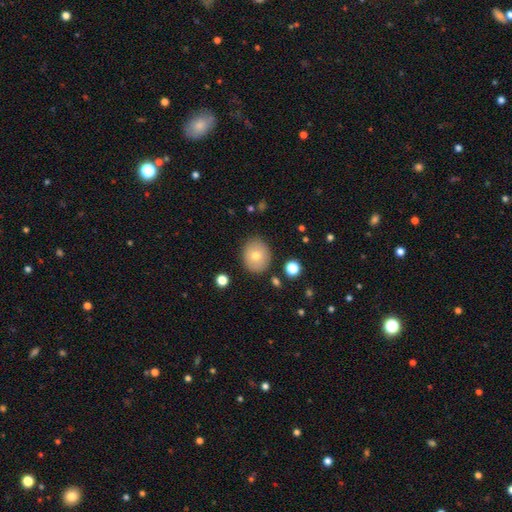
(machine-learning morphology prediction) Smooth or featured?
  - smooth: 72% *
  - featured or disk: 18%
  - star or artifact: 10%
How rounded?
  - round: 68% *
  - in between: 31%
  - cigar-shaped: 1%
Merging?
  - none: 87% *
  - minor disturbance: 9%
  - major disturbance: 3%
  - merger: 2%